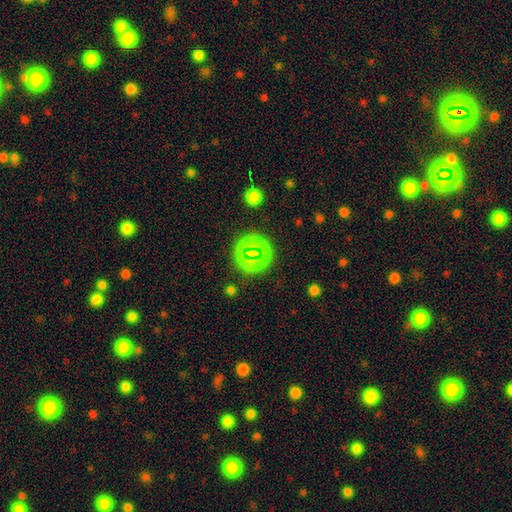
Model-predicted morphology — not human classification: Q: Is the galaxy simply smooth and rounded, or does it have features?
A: star or artifact — 67%.